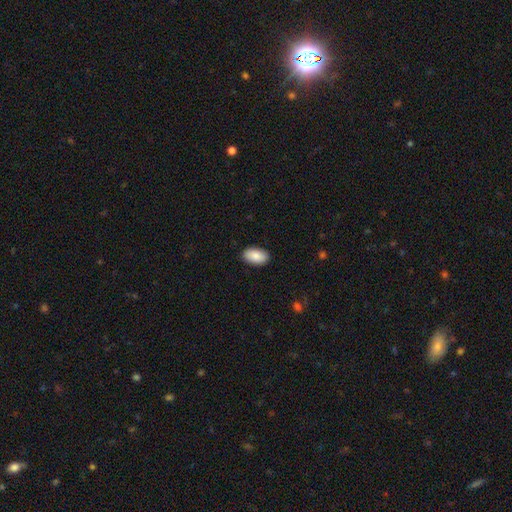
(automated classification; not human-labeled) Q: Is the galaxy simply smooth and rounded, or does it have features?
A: smooth — 87%.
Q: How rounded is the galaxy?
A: in between — 95%.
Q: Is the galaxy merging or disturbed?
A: none — 89%.